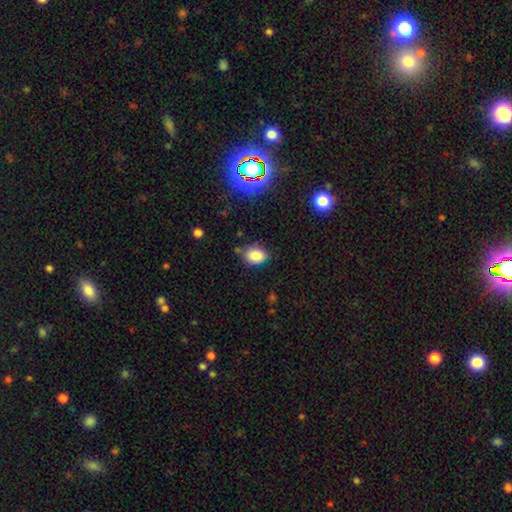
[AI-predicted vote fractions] The model was most divided on "how rounded": in between: 64%, round: 35%, cigar-shaped: 1%. More confident: smooth or featured — smooth (82%); merging — none (74%).